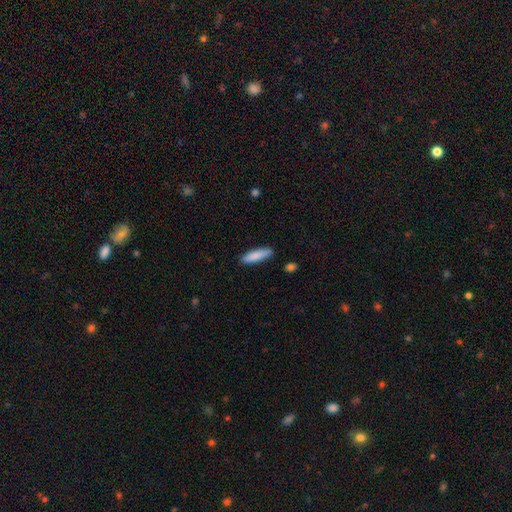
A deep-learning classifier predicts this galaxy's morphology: A smooth galaxy with no disk features (86%) that is cigar-shaped (69%).

Vote fractions:
- Smooth or featured? smooth: 86% / featured or disk: 9% / star or artifact: 6%
- How rounded? cigar-shaped: 69% / in between: 30% / round: 1%
- Merging? none: 87% / minor disturbance: 9% / major disturbance: 2% / merger: 2%